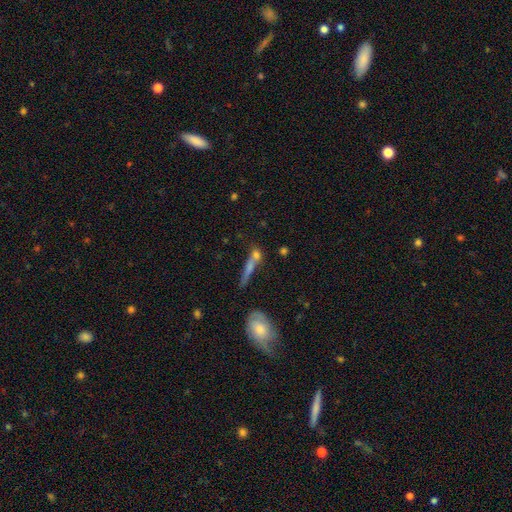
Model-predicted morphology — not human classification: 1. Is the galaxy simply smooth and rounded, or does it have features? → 59% smooth, 28% featured or disk, 13% star or artifact.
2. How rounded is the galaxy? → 64% cigar-shaped, 20% in between, 17% round.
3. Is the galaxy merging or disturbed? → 46% none, 33% merger, 13% minor disturbance, 8% major disturbance.